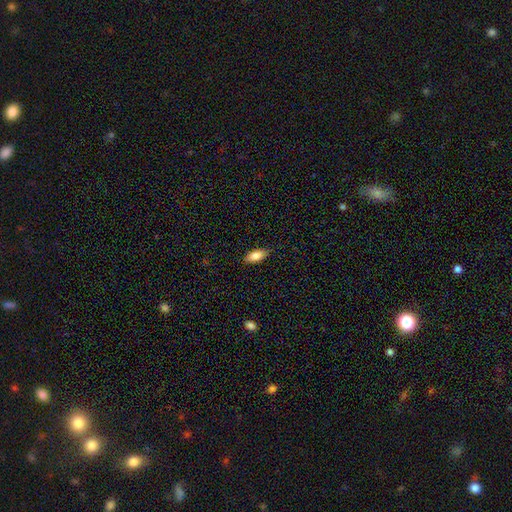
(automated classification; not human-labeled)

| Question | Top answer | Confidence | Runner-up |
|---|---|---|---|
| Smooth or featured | smooth | 81% | featured or disk (12%) |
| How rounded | in between | 84% | cigar-shaped (14%) |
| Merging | none | 87% | minor disturbance (10%) |